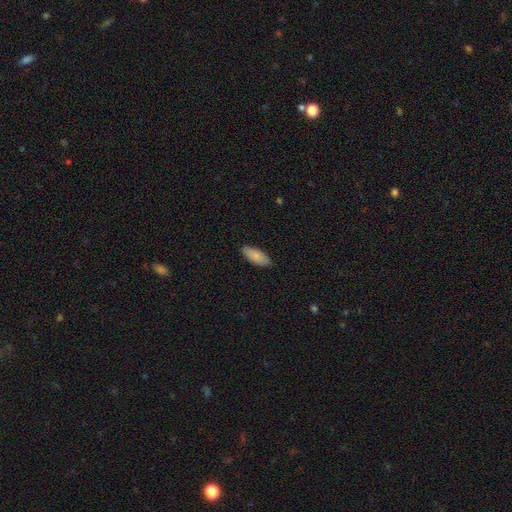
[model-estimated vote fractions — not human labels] A smooth galaxy with no disk features (86%) that is in between round and cigar-shaped (82%). Merging: none (88%).